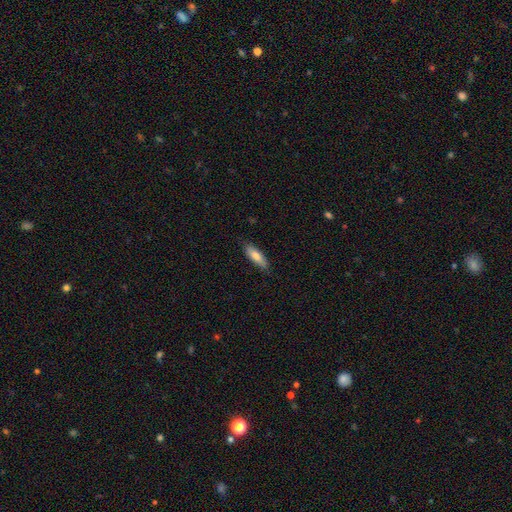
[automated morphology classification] Smooth or featured? Predicted: smooth (p=0.77). How rounded? Predicted: in between (p=0.49, tied with cigar-shaped). Merging? Predicted: none (p=0.84).